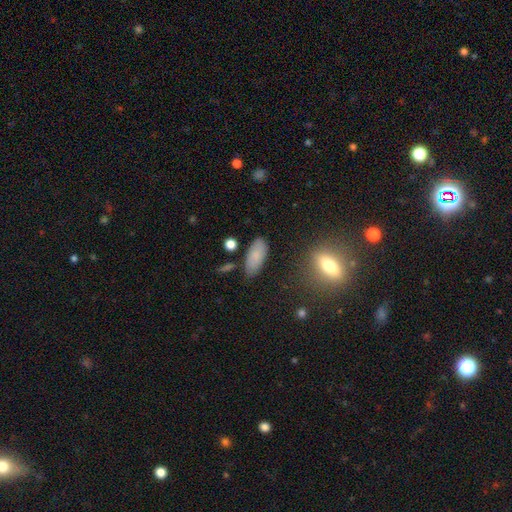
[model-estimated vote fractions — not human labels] This appears to be a smooth galaxy with no disk features (83%) that is in between round and cigar-shaped (85%). Merging: none (79%).